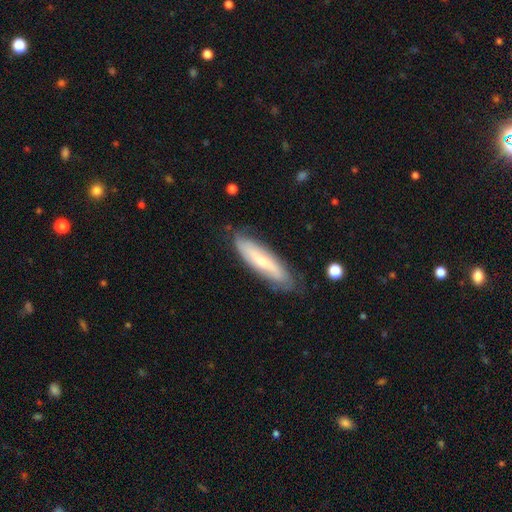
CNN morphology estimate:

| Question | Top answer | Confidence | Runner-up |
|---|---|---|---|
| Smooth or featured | featured or disk | 50% | smooth (42%) |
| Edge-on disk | no | 53% | yes (47%) |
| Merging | none | 81% | minor disturbance (15%) |